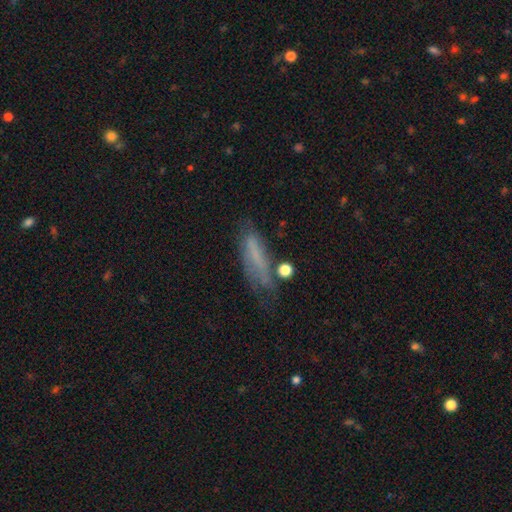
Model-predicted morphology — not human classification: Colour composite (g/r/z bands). It shows a smooth galaxy with no disk features (55%) that is cigar-shaped (61%). Merging: none (49%).